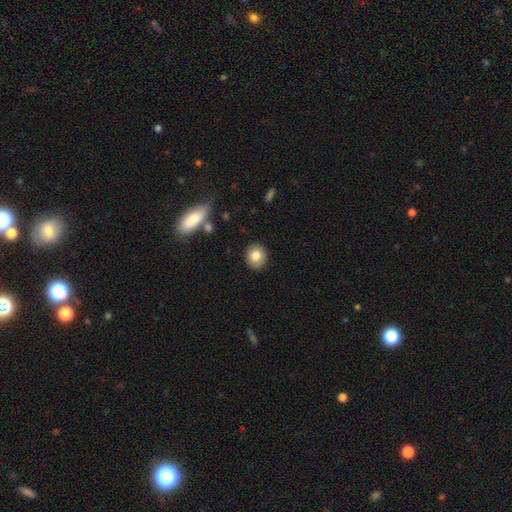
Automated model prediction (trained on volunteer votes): smooth-or-featured: smooth: 82% | featured or disk: 10% | star or artifact: 8%
  how-rounded: round: 79% | in between: 20% | cigar-shaped: 1%
  merging: none: 89% | minor disturbance: 7% | major disturbance: 2% | merger: 2%